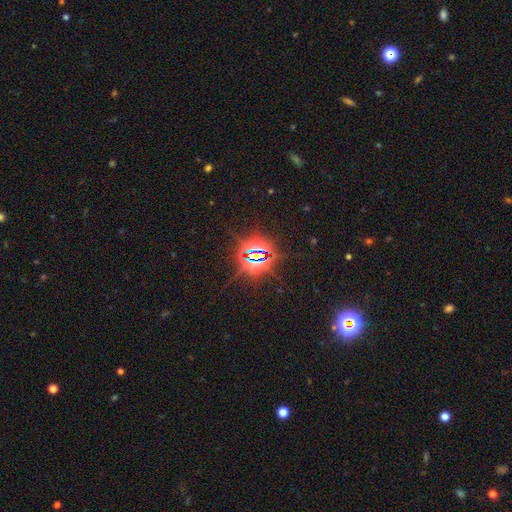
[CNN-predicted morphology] Smooth or featured? star or artifact (83%)